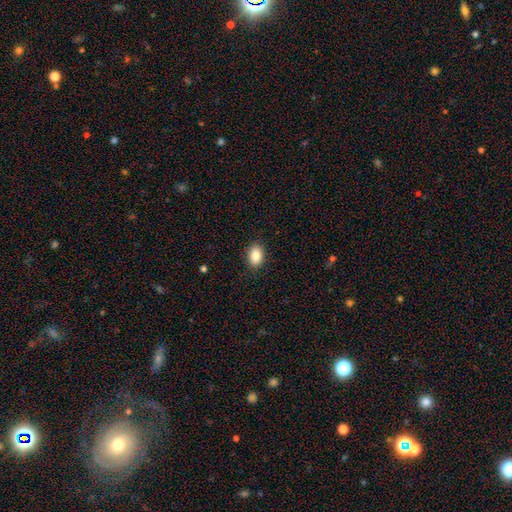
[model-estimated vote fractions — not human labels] A smooth galaxy with no disk features (86%) that is in between round and cigar-shaped (84%).

Vote fractions:
- Smooth or featured? smooth: 86% / star or artifact: 8% / featured or disk: 6%
- How rounded? in between: 84% / round: 15% / cigar-shaped: 1%
- Merging? none: 89% / minor disturbance: 8% / major disturbance: 2% / merger: 1%